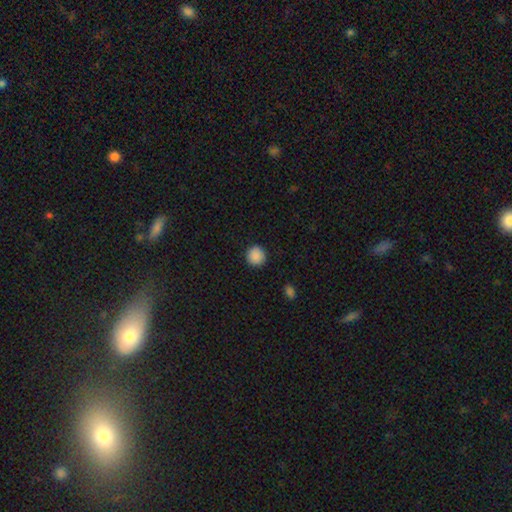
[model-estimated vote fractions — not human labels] Smooth or featured: smooth — 89% (star or artifact — 8%)
How rounded: round — 94% (in between — 5%)
Merging: none — 91% (minor disturbance — 6%)